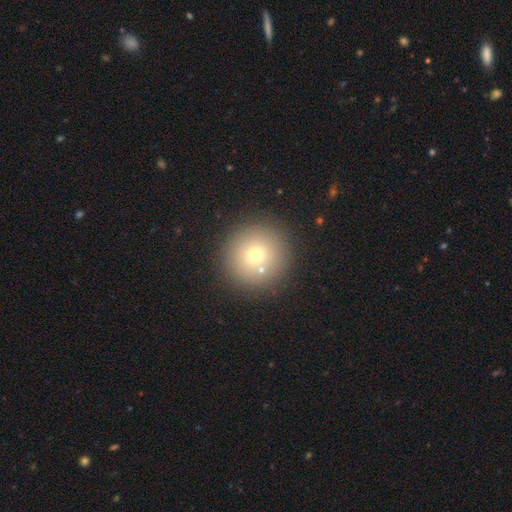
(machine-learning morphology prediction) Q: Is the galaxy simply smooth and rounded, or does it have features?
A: smooth — 69%.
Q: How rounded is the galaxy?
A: round — 95%.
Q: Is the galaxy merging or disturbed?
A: none — 83%.